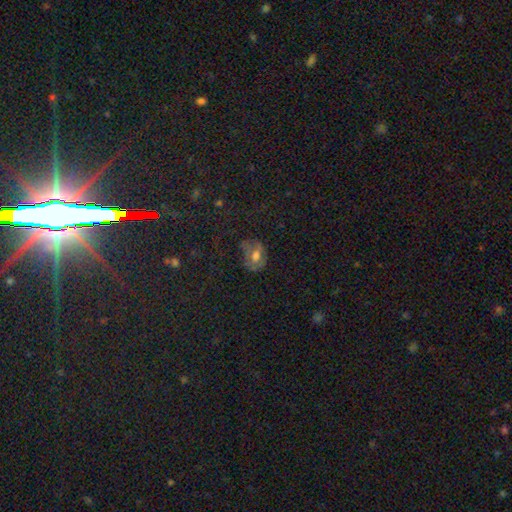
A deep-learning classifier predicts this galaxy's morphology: Smooth or featured? smooth (44%)
Merging? none (56%)